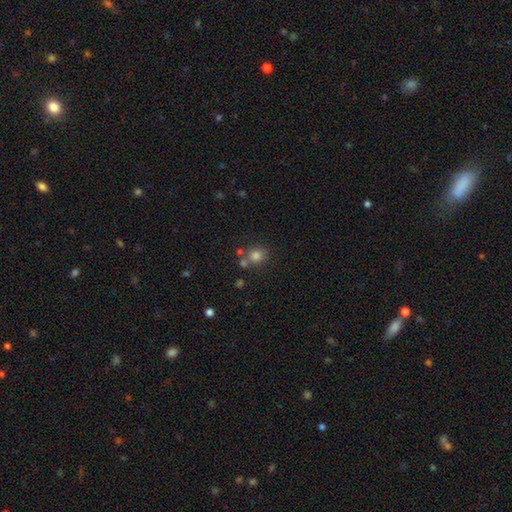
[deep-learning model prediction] This appears to be a smooth galaxy with no disk features (79%) that is round (80%). Merging: none (65%).